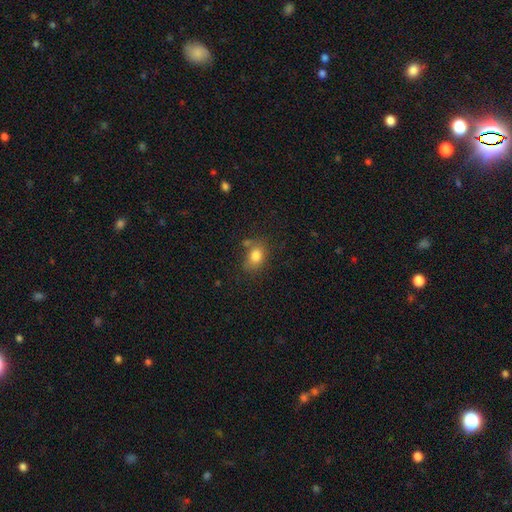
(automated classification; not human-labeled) This is clearly a smooth galaxy (81%). How rounded: likely in between (70%). Merging: likely none (64%).